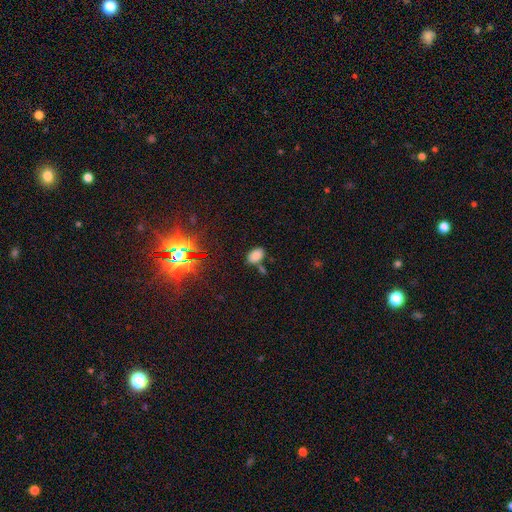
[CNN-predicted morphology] The model was most divided on "merging": none: 70%, minor disturbance: 14%, merger: 12%, major disturbance: 4%. More confident: how rounded — in between (90%); smooth or featured — smooth (77%).